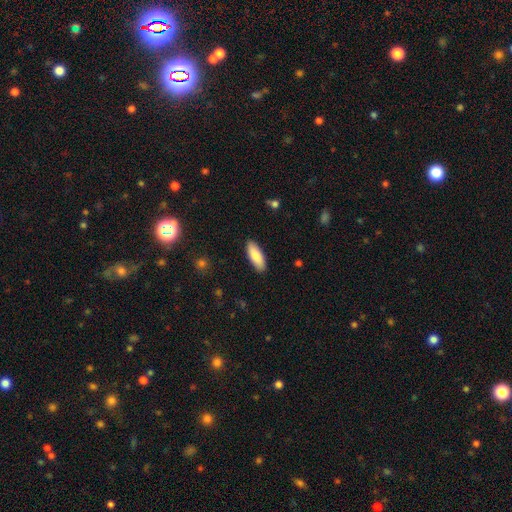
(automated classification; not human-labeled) A smooth galaxy with no disk features (85%) that is in between round and cigar-shaped (72%).

Vote fractions:
- Smooth or featured? smooth: 85% / featured or disk: 9% / star or artifact: 6%
- How rounded? in between: 72% / cigar-shaped: 26% / round: 2%
- Merging? none: 89% / minor disturbance: 8% / major disturbance: 2% / merger: 1%